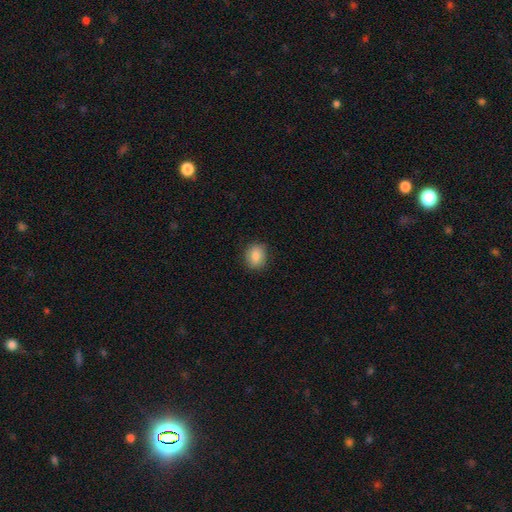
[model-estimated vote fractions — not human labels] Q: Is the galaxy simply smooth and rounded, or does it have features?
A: smooth — 85%.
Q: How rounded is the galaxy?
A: round — 57%.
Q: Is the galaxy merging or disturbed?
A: none — 85%.